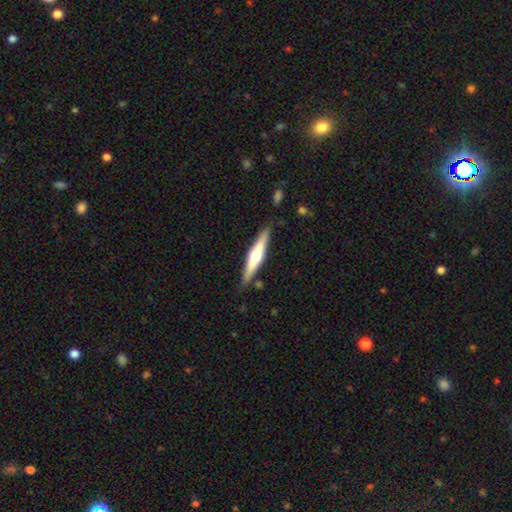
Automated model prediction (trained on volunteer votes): This appears to be a featured or disk galaxy (58%) viewed edge-on (96%) with a rounded central bulge (87%). Merging: none (85%).